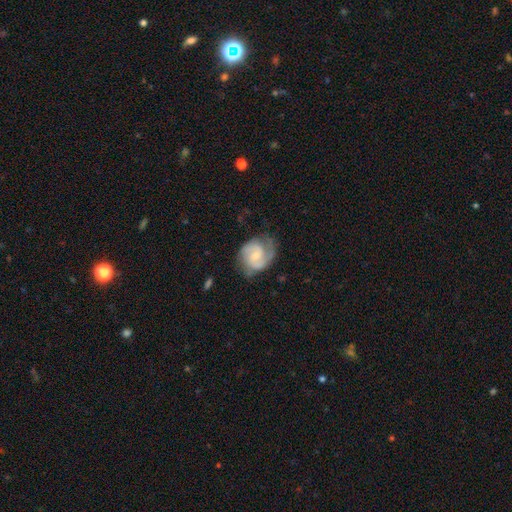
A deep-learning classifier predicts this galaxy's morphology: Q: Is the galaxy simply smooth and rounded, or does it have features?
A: featured or disk — 76%.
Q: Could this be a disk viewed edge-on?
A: no — 98%.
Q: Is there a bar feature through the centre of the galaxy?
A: no — 46%, tied with weak.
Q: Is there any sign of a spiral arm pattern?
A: yes — 94%.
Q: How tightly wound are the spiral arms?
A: medium — 48%.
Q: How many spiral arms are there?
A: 2 — 77%.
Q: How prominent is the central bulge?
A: small — 56%.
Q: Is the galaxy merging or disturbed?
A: none — 62%.